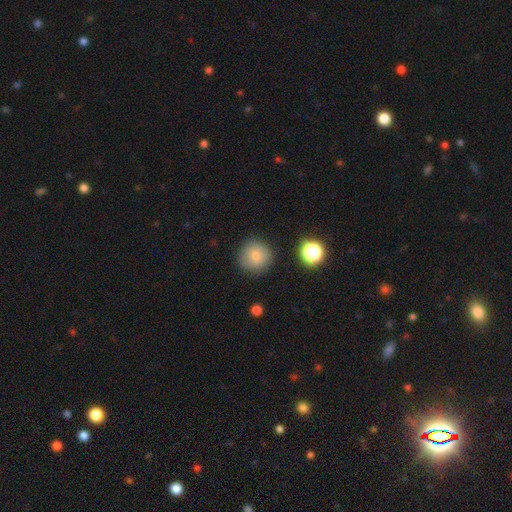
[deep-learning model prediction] Q: Smooth or featured?
A: smooth (79%); runner-up: star or artifact (11%)
Q: How rounded?
A: round (92%); runner-up: in between (7%)
Q: Merging?
A: none (85%); runner-up: minor disturbance (10%)